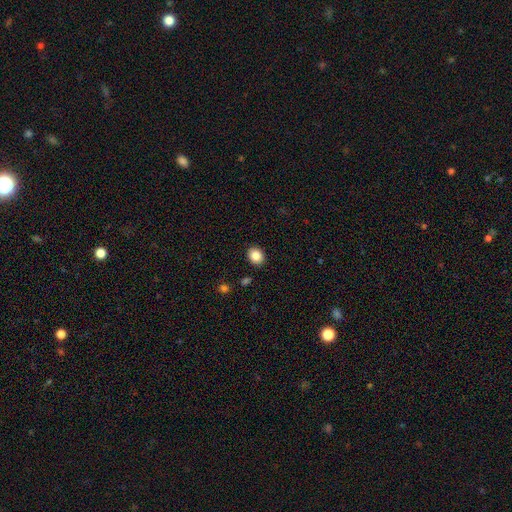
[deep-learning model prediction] Smooth or featured? Predicted: smooth (p=0.86). How rounded? Predicted: round (p=0.59). Merging? Predicted: none (p=0.90).